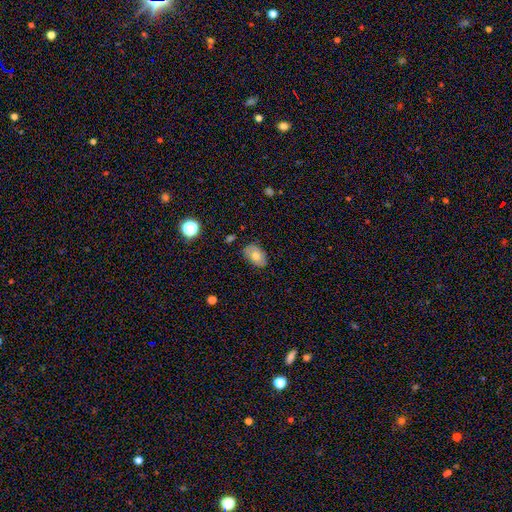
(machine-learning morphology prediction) Smooth or featured? smooth (65%)
How rounded? in between (87%)
Merging? none (74%)